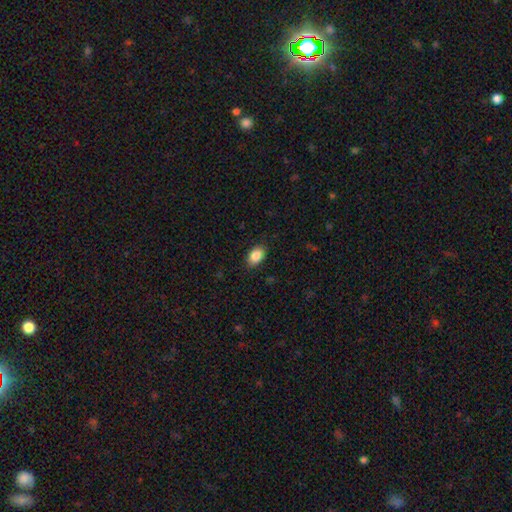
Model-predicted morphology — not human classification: Smooth or featured?
  - smooth: 88% *
  - star or artifact: 8%
  - featured or disk: 5%
How rounded?
  - in between: 87% *
  - round: 12%
  - cigar-shaped: 1%
Merging?
  - none: 88% *
  - minor disturbance: 9%
  - major disturbance: 2%
  - merger: 1%